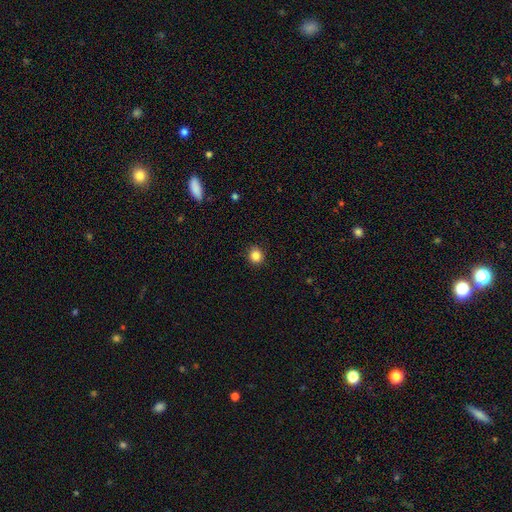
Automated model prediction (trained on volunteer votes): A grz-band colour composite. It shows a smooth galaxy with no disk features (85%) that is round (88%). Merging: none (90%).